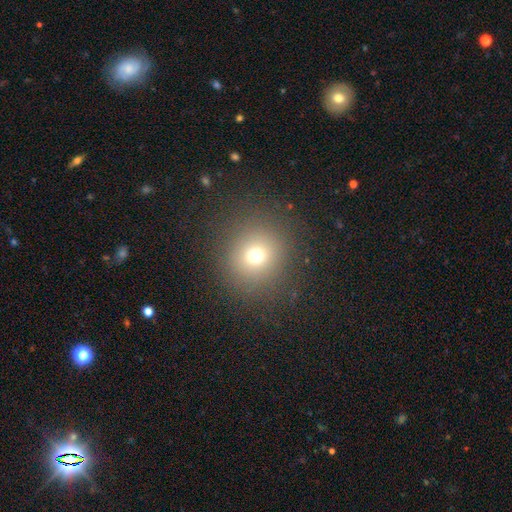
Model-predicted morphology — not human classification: This is likely a smooth galaxy (67%). How rounded: clearly round (90%). Merging: clearly none (89%).